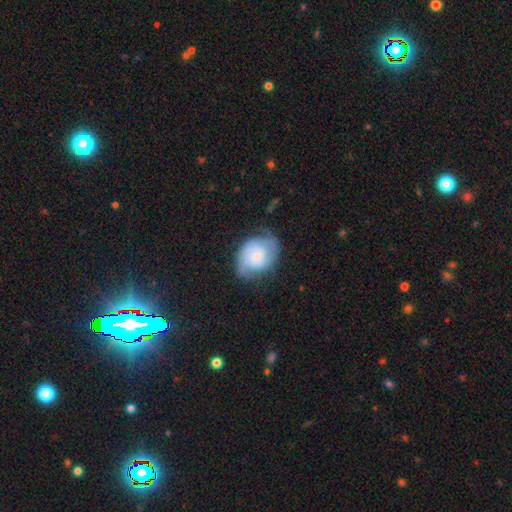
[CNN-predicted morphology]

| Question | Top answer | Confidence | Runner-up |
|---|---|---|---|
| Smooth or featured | smooth | 48% | featured or disk (44%) |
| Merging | none | 51% | minor disturbance (33%) |